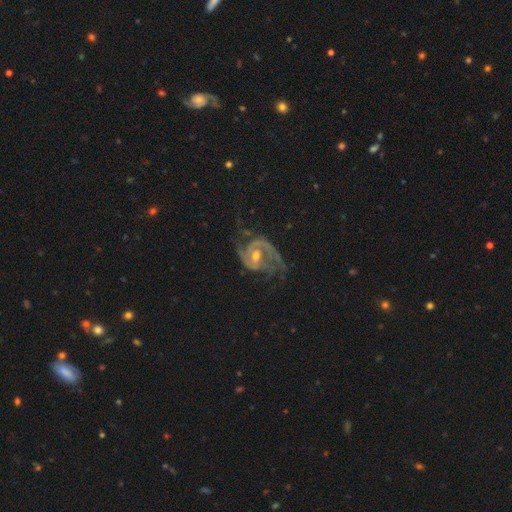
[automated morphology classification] Q: Smooth or featured?
A: featured or disk (89%); runner-up: star or artifact (6%)
Q: Edge-on disk?
A: no (97%); runner-up: yes (3%)
Q: Bar?
A: weak (45%); runner-up: no (35%)
Q: Spiral arms?
A: yes (96%); runner-up: no (4%)
Q: Spiral winding?
A: medium (49%); runner-up: tight (28%)
Q: Spiral arm count?
A: 2 (76%); runner-up: 3 (8%)
Q: Bulge size?
A: moderate (65%); runner-up: small (29%)
Q: Merging?
A: none (56%); runner-up: minor disturbance (22%)